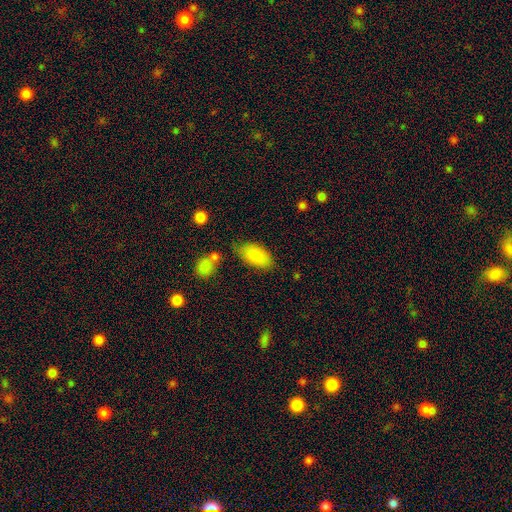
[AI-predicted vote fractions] smooth-or-featured: smooth: 84% | featured or disk: 9% | star or artifact: 7%
  how-rounded: in between: 93% | round: 3% | cigar-shaped: 3%
  merging: none: 75% | minor disturbance: 15% | merger: 5% | major disturbance: 4%